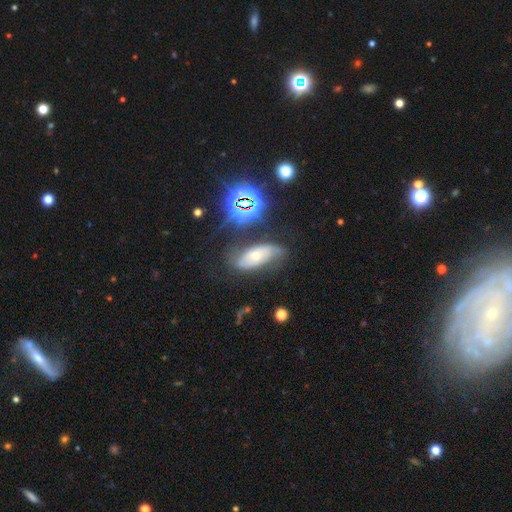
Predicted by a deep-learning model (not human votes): A featured or disk galaxy (54%). Merging: none (56%).